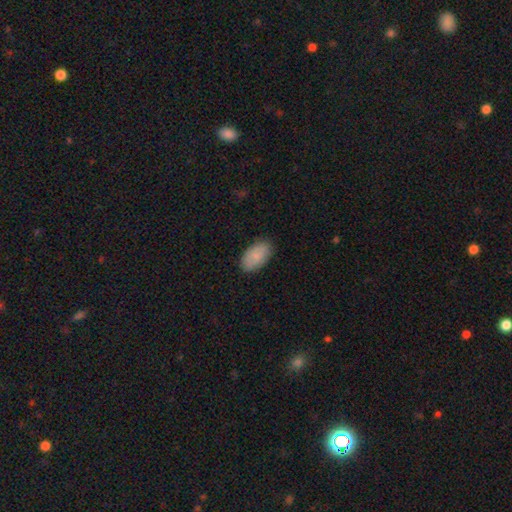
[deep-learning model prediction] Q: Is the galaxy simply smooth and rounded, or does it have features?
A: smooth — 86%.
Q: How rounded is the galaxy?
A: in between — 95%.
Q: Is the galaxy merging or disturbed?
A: none — 84%.